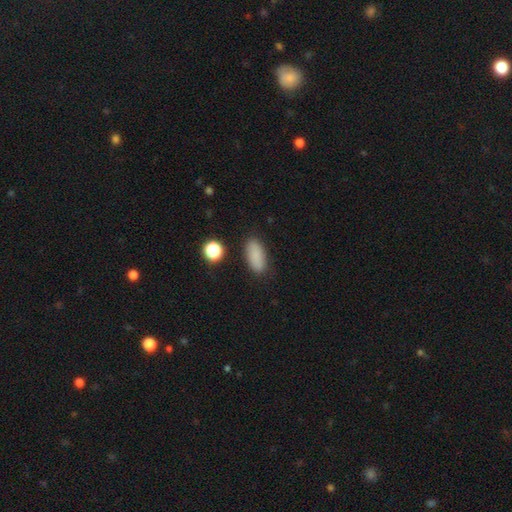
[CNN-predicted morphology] type=smooth (85%); roundness=in between (84%); merging=none (84%).